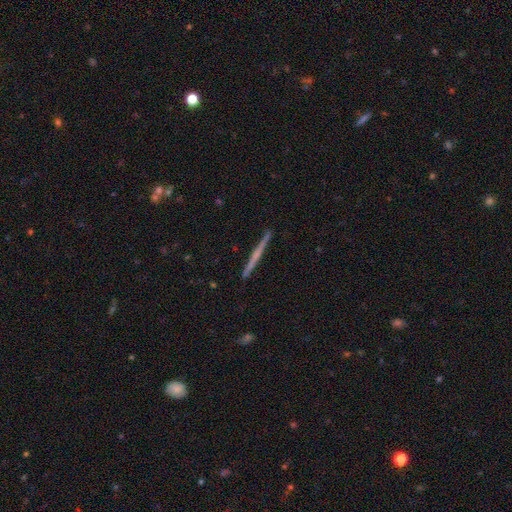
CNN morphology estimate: Q: Smooth or featured?
A: featured or disk (67%); runner-up: smooth (27%)
Q: Edge-on disk?
A: yes (98%); runner-up: no (2%)
Q: Edge-on bulge?
A: none (57%); runner-up: rounded (35%)
Q: Merging?
A: none (92%); runner-up: minor disturbance (6%)